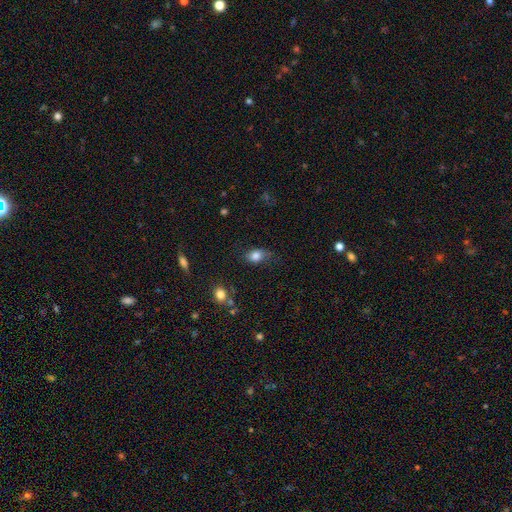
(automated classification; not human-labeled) smooth 82%, star or artifact 10%, featured or disk 8%. Down the decision tree: how rounded — in between (67%); merging — none (63%).